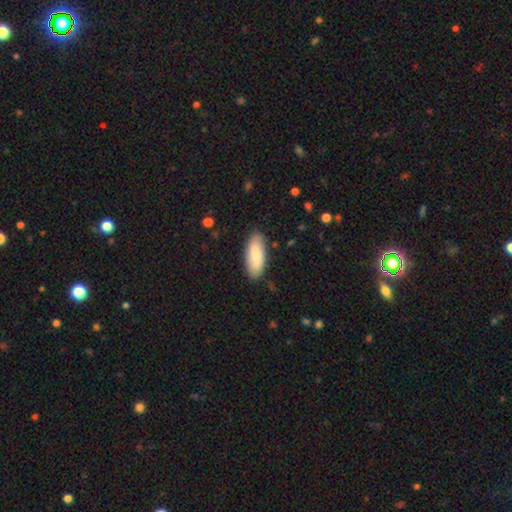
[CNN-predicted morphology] A smooth galaxy with no disk features (81%) that is in between round and cigar-shaped (82%). Merging: none (85%).